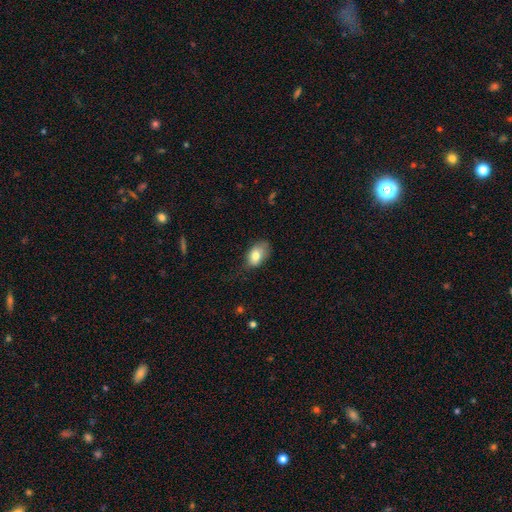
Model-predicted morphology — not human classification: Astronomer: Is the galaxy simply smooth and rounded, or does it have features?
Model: smooth — 78%.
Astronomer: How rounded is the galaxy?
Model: in between — 88%.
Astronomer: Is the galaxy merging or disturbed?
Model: none — 50% (runner-up: minor disturbance, 35%).